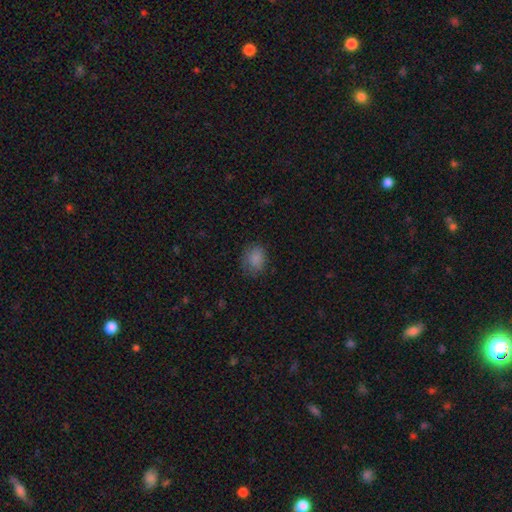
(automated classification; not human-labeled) Smooth or featured?
  - smooth: 81% *
  - star or artifact: 14%
  - featured or disk: 6%
How rounded?
  - round: 50% *
  - in between: 49%
  - cigar-shaped: 1%
Merging?
  - none: 77% *
  - minor disturbance: 17%
  - major disturbance: 5%
  - merger: 1%